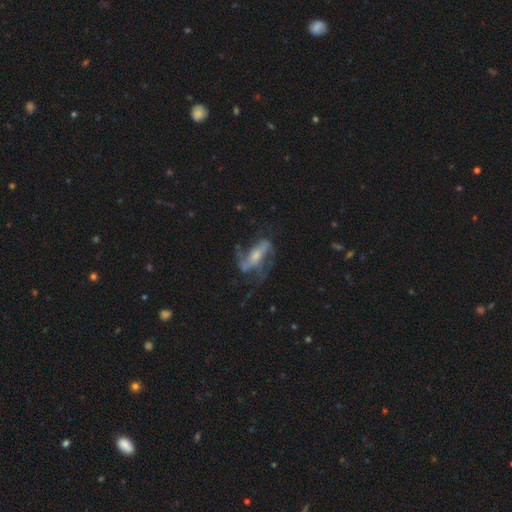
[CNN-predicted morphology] A featured or disk galaxy (70%) with no bar (36%), spiral arms (75%) and a small central bulge (45%).

Vote fractions:
- Smooth or featured? featured or disk: 70% / smooth: 22% / star or artifact: 8%
- Edge-on disk? no: 84% / yes: 16%
- Bar? no: 36% / strong: 34% / weak: 30%
- Spiral arms? yes: 75% / no: 25%
- Bulge size? small: 45% / moderate: 40% / large: 7% / none: 6% / dominant: 2%
- Merging? none: 43% / major disturbance: 32% / minor disturbance: 21% / merger: 3%